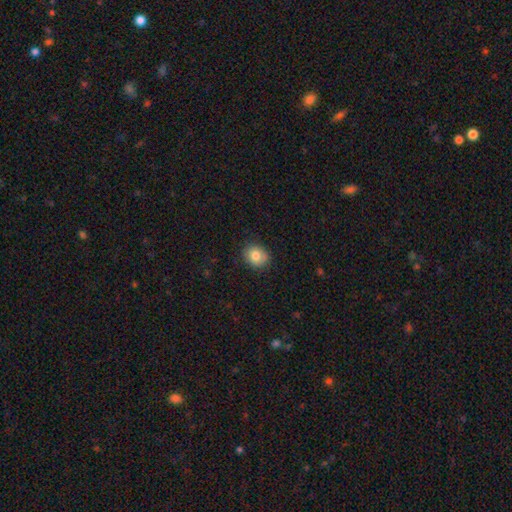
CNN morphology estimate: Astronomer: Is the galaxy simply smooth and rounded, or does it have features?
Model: smooth — 81%.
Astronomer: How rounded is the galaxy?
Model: round — 71%.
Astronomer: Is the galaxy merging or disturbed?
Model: none — 85%.